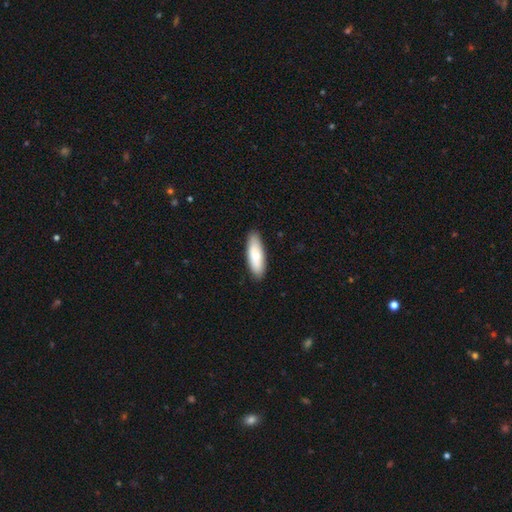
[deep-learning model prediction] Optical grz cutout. It shows a smooth galaxy with no disk features (70%) that is in between round and cigar-shaped (58%). Merging: none (88%).